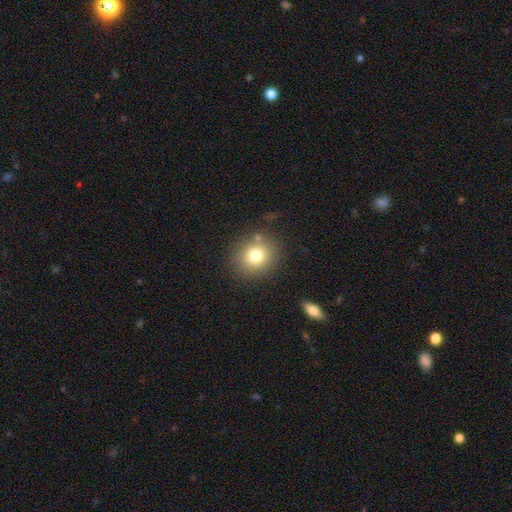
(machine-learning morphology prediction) smooth_or_featured: smooth (p=0.76) [alt: star or artifact p=0.13]
how_rounded: round (p=0.79) [alt: in between p=0.20]
merging: none (p=0.81) [alt: minor disturbance p=0.10]